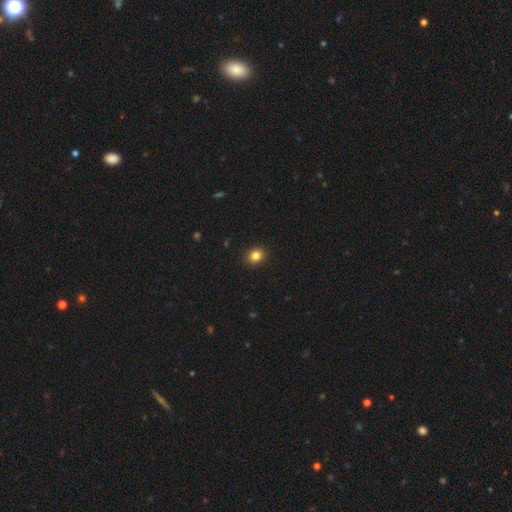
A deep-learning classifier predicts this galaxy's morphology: A smooth galaxy with no disk features (83%) that is round (76%). Merging: none (91%).